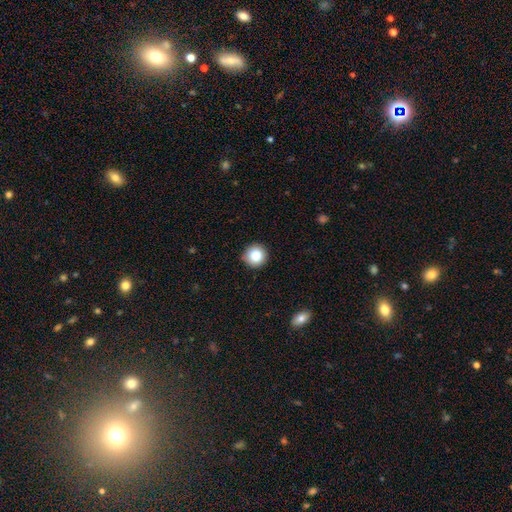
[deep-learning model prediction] Overall: smooth (86%). How rounded: round (95%). Merging: none (90%).